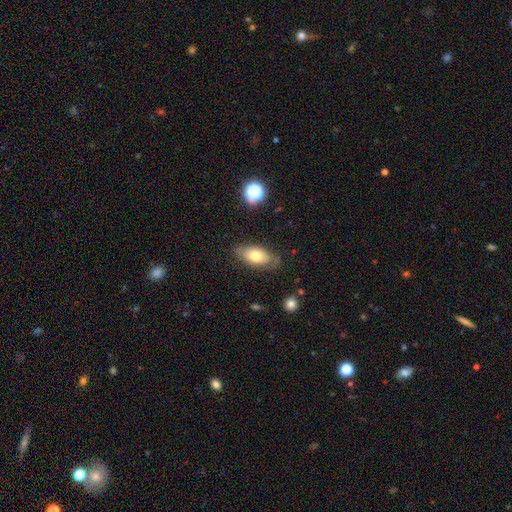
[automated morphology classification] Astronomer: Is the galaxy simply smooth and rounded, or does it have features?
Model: smooth — 71%.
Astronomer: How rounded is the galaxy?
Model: in between — 88%.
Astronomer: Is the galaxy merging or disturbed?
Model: none — 76%.